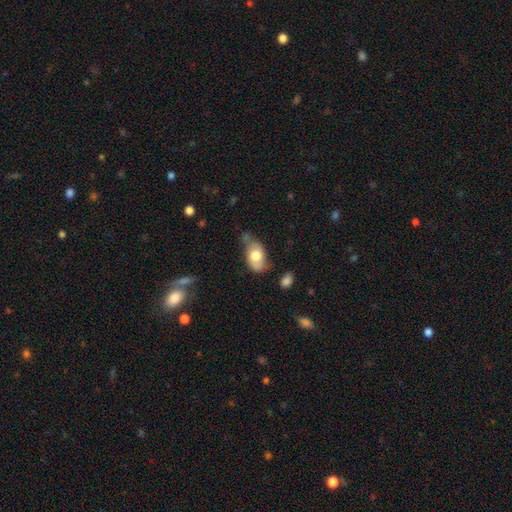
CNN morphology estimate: type=smooth (69%); roundness=in between (90%); merging=none (48%).